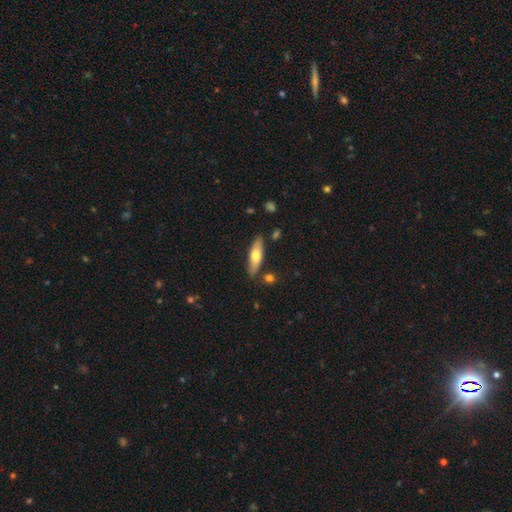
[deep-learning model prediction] smooth 62%, featured or disk 33%, star or artifact 6%. Down the decision tree: how rounded — cigar-shaped (57%); merging — none (83%).